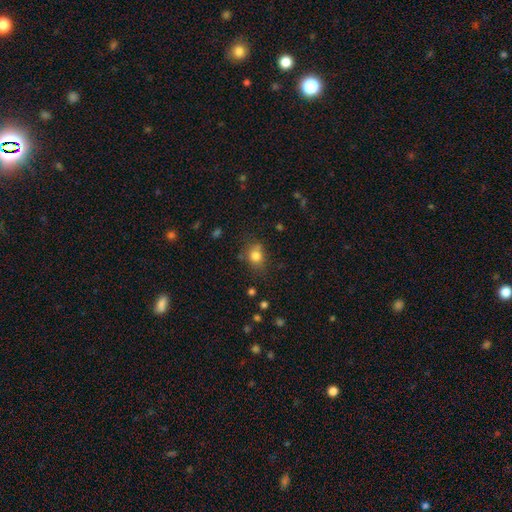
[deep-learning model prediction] Q: Smooth or featured?
A: smooth (79%); runner-up: star or artifact (12%)
Q: How rounded?
A: round (55%); runner-up: in between (44%)
Q: Merging?
A: none (66%); runner-up: minor disturbance (22%)